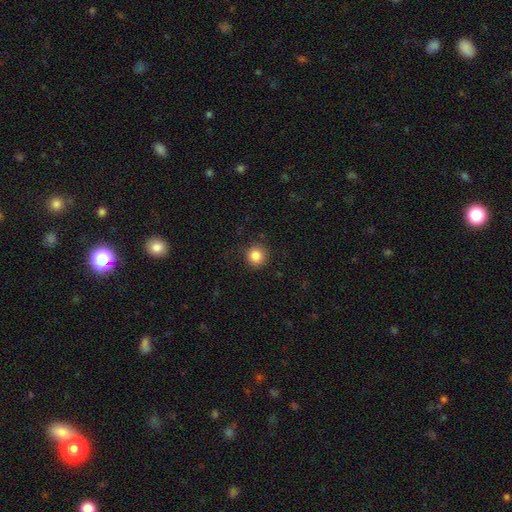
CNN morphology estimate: A smooth galaxy with no disk features (85%) that is round (92%). Merging: none (88%).